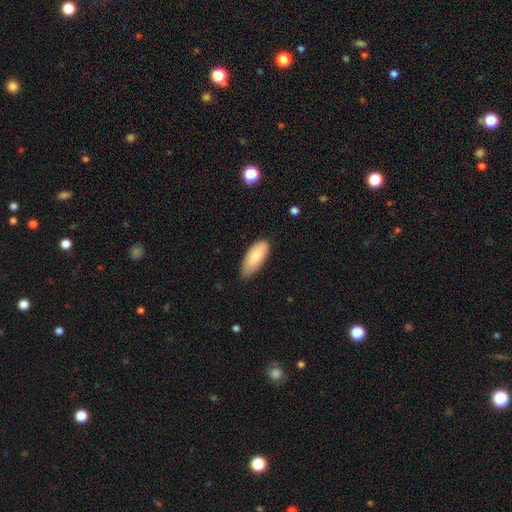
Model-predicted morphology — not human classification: Overall: smooth (78%). How rounded: in between (87%). Merging: none (74%).